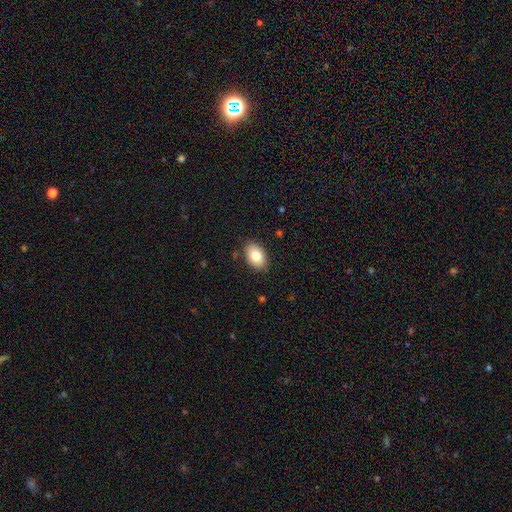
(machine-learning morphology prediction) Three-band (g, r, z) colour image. It shows a smooth galaxy with no disk features (82%) that is in between round and cigar-shaped (89%). Merging: none (87%).